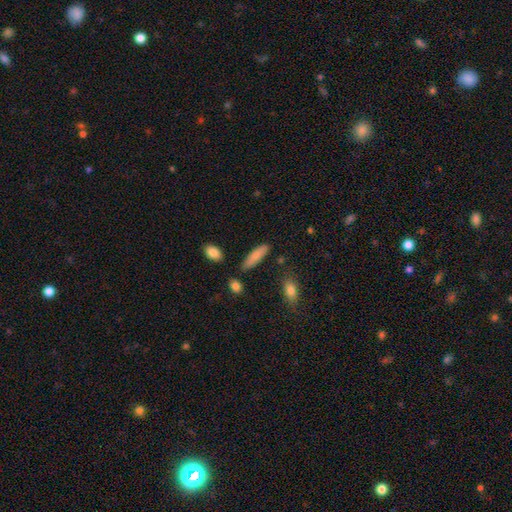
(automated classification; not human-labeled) Smooth or featured?
  - smooth: 80% *
  - featured or disk: 13%
  - star or artifact: 7%
How rounded?
  - cigar-shaped: 57% *
  - in between: 41%
  - round: 2%
Merging?
  - none: 80% *
  - minor disturbance: 13%
  - merger: 4%
  - major disturbance: 3%